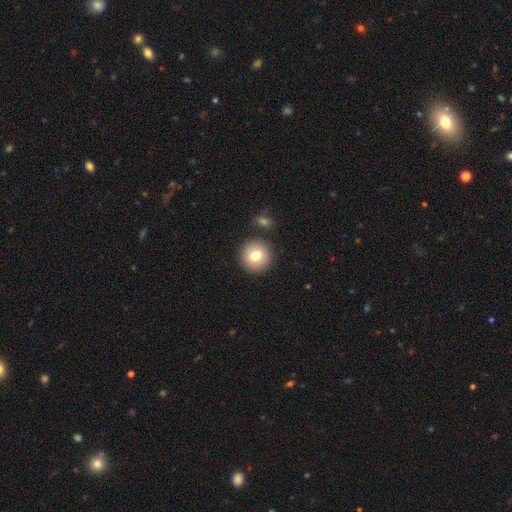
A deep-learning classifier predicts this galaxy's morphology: Smooth or featured? Predicted: smooth (p=0.77). How rounded? Predicted: round (p=0.95). Merging? Predicted: none (p=0.86).